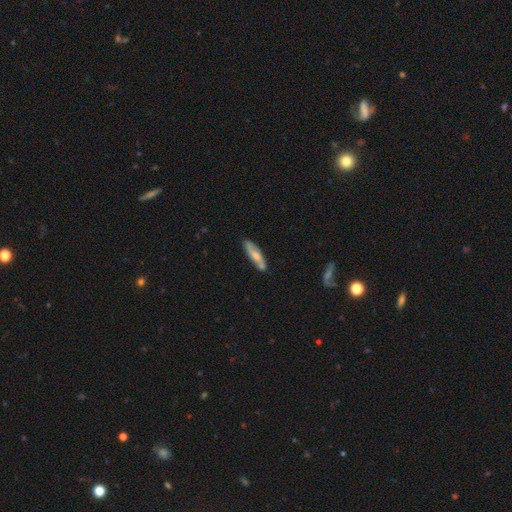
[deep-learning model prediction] This is possibly a smooth galaxy (57%). How rounded: likely cigar-shaped (66%). Merging: likely none (67%).